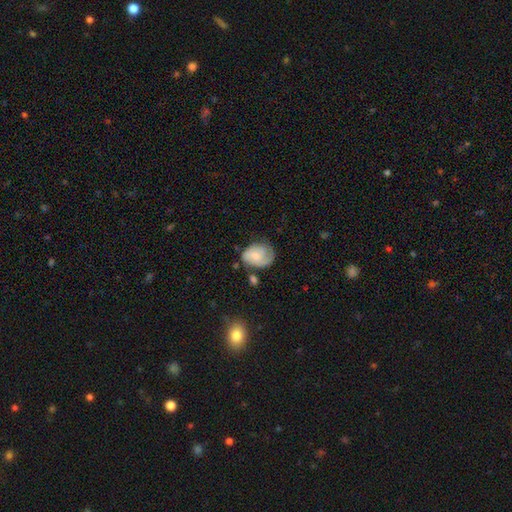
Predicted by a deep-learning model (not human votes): Q: Smooth or featured?
A: smooth (53%); runner-up: featured or disk (39%)
Q: How rounded?
A: in between (63%); runner-up: round (36%)
Q: Merging?
A: none (48%); runner-up: minor disturbance (31%)